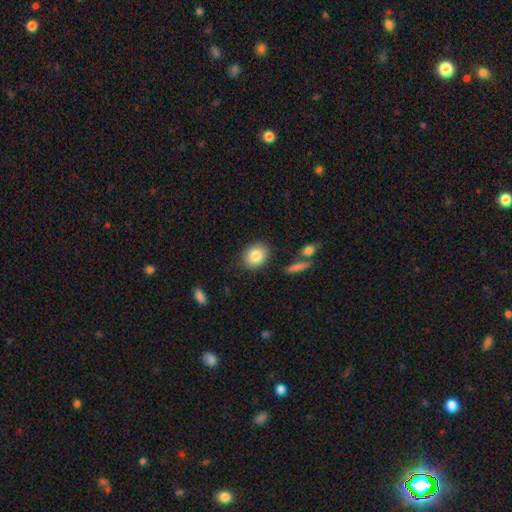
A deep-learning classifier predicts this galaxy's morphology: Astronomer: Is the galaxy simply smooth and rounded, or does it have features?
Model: smooth — 84%.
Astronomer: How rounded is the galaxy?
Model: round — 56% (runner-up: in between, 42%).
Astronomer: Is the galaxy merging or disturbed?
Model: none — 85%.